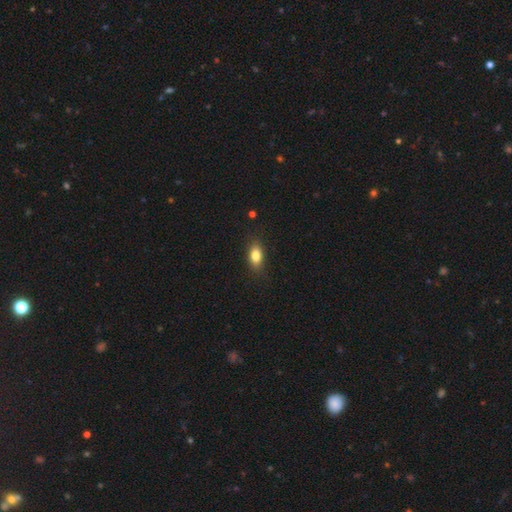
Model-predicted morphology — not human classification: Q: Smooth or featured?
A: smooth (82%); runner-up: featured or disk (9%)
Q: How rounded?
A: in between (82%); runner-up: round (12%)
Q: Merging?
A: none (83%); runner-up: minor disturbance (13%)